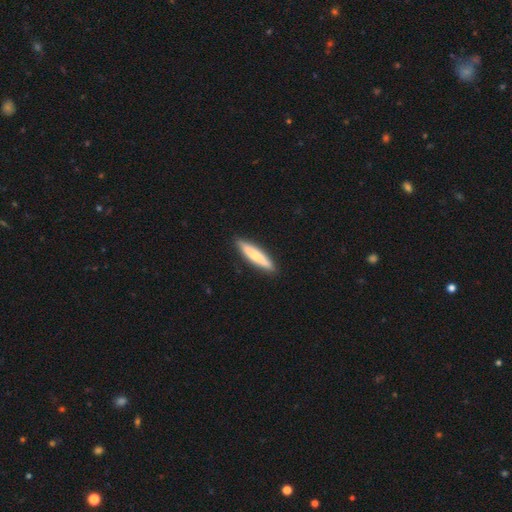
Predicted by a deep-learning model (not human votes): Smooth or featured? Predicted: smooth (p=0.69). How rounded? Predicted: cigar-shaped (p=0.88). Merging? Predicted: none (p=0.91).